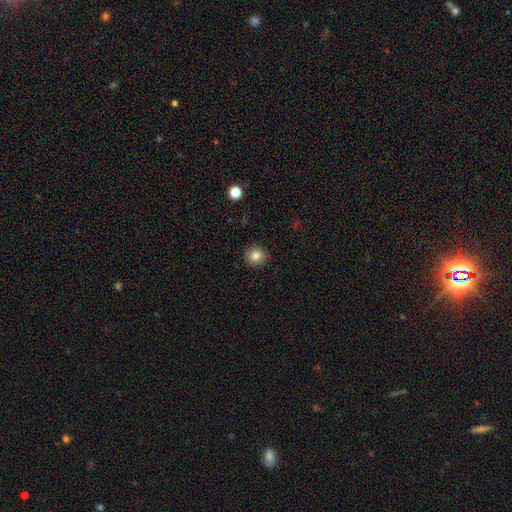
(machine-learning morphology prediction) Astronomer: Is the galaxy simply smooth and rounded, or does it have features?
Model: smooth — 83%.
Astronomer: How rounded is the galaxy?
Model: round — 91%.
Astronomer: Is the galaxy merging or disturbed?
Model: none — 91%.